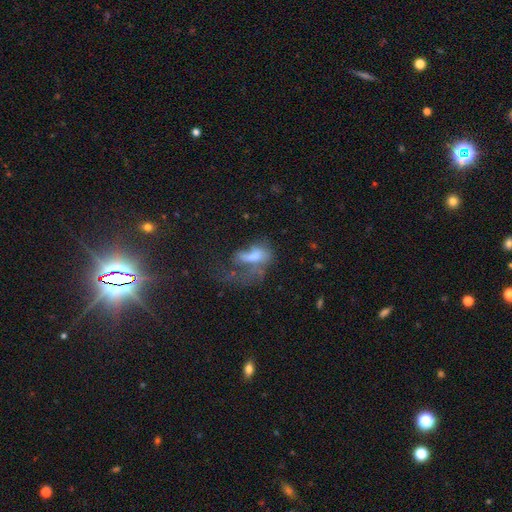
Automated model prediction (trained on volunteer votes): Smooth or featured? smooth (48%)
Merging? major disturbance (62%)